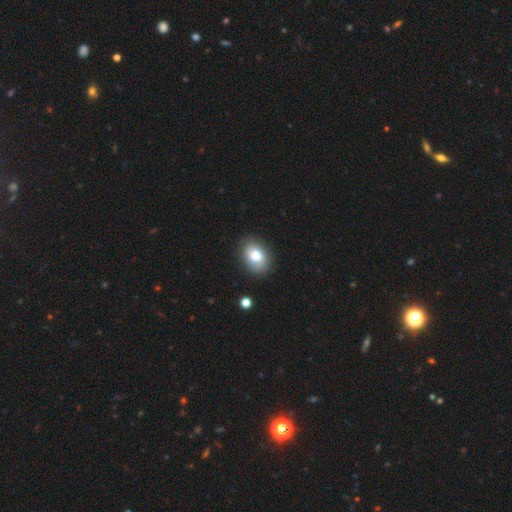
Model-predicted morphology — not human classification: Q: Smooth or featured?
A: smooth (79%); runner-up: featured or disk (13%)
Q: How rounded?
A: in between (73%); runner-up: round (26%)
Q: Merging?
A: none (84%); runner-up: minor disturbance (12%)